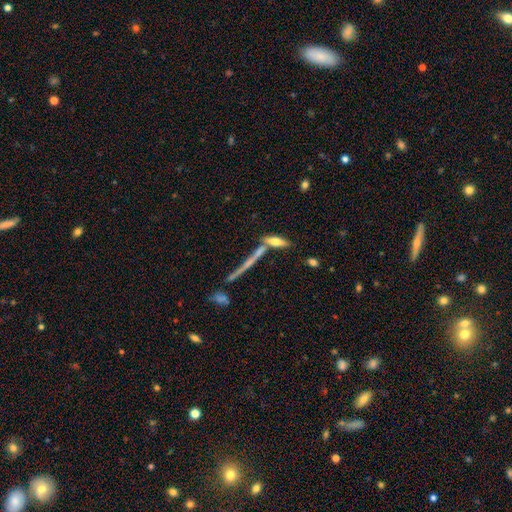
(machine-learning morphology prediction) smooth-or-featured: featured or disk: 43% | star or artifact: 30% | smooth: 27%
  merging: none: 64% | merger: 19% | minor disturbance: 10% | major disturbance: 7%